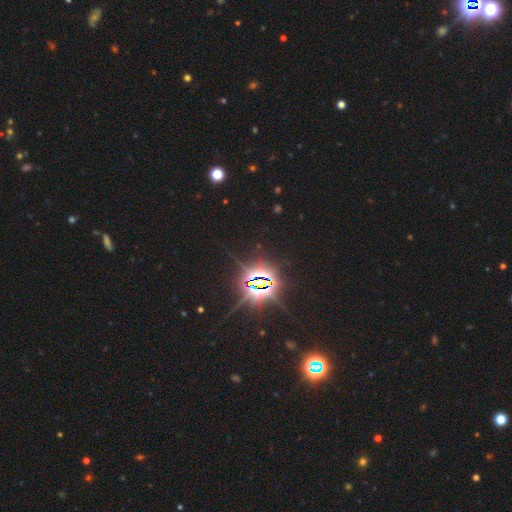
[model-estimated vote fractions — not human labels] Q: Smooth or featured?
A: star or artifact (86%); runner-up: smooth (8%)